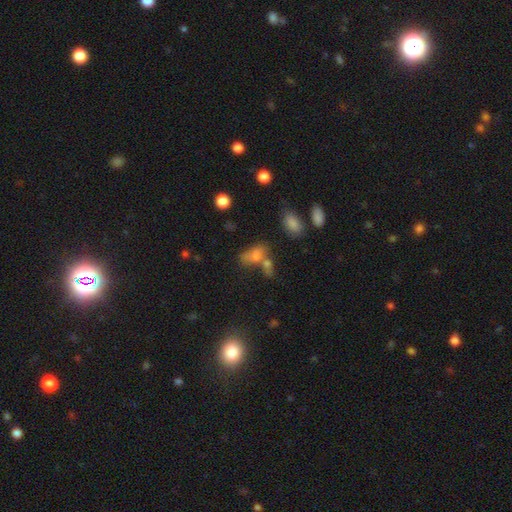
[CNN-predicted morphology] smooth 67%, star or artifact 18%, featured or disk 15%. Down the decision tree: how rounded — in between (79%); merging — merger (37%, tied with none).